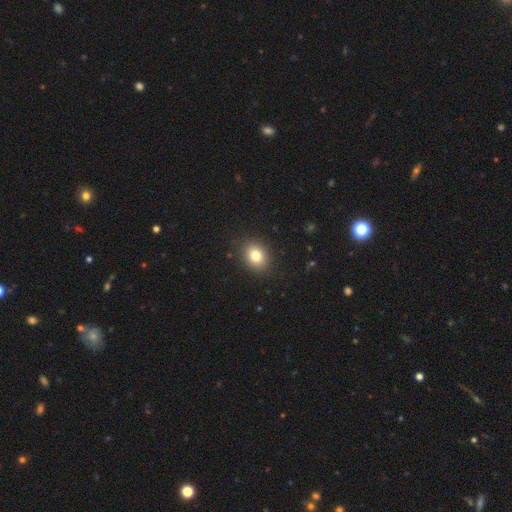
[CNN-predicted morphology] Smooth or featured: smooth — 81% (star or artifact — 11%)
How rounded: in between — 52% (round — 47%)
Merging: none — 88% (minor disturbance — 8%)